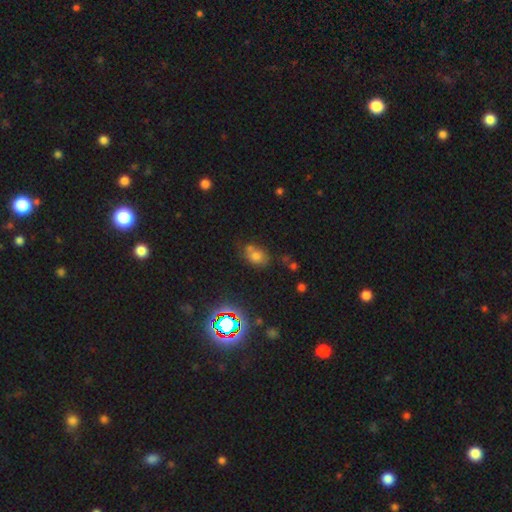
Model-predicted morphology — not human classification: type=smooth (63%); roundness=in between (74%); merging=none (56%).